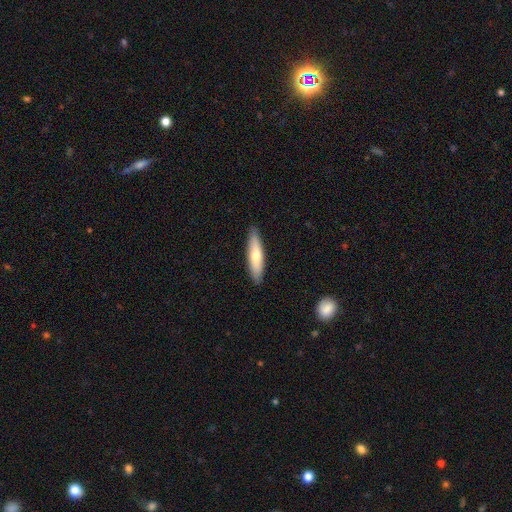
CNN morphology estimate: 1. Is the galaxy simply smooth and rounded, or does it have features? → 64% smooth, 31% featured or disk, 5% star or artifact.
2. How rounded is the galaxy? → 73% cigar-shaped, 25% in between, 2% round.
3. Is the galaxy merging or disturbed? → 89% none, 9% minor disturbance, 2% major disturbance, 1% merger.